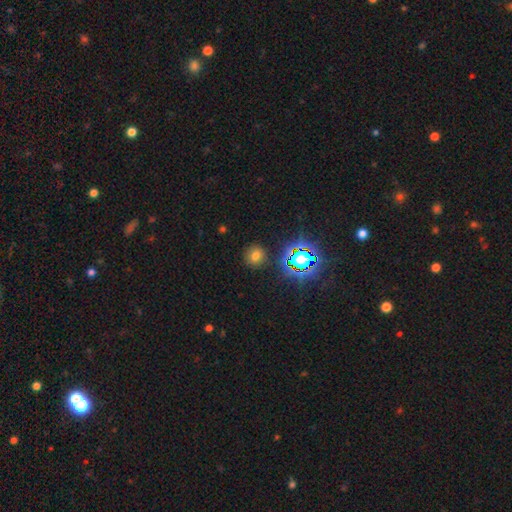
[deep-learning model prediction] Morphology: type=smooth (65%); roundness=round (83%); merging=none (86%).